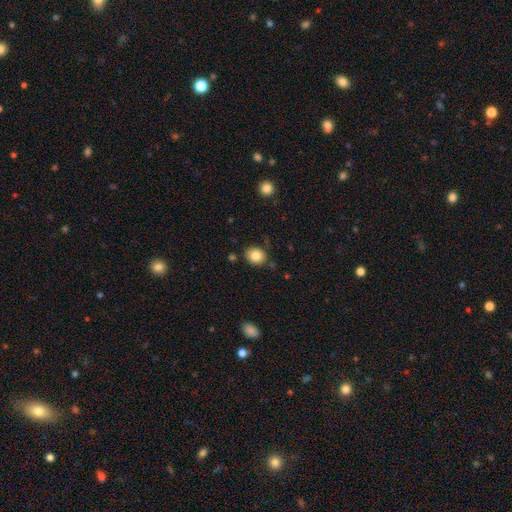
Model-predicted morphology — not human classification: type=smooth (83%); roundness=round (65%); merging=none (83%).